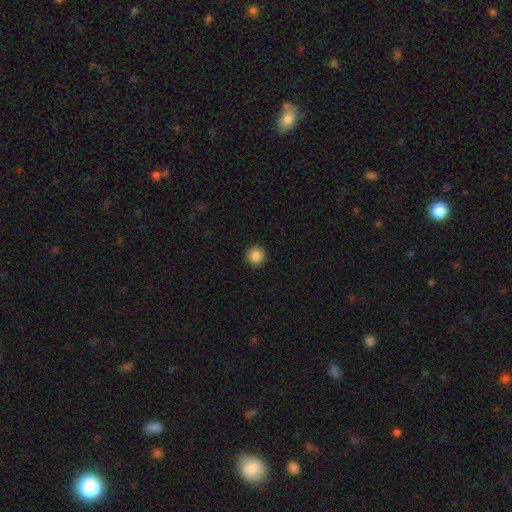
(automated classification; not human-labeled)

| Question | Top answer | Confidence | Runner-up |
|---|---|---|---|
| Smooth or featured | smooth | 87% | star or artifact (9%) |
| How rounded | round | 96% | in between (4%) |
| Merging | none | 93% | minor disturbance (4%) |